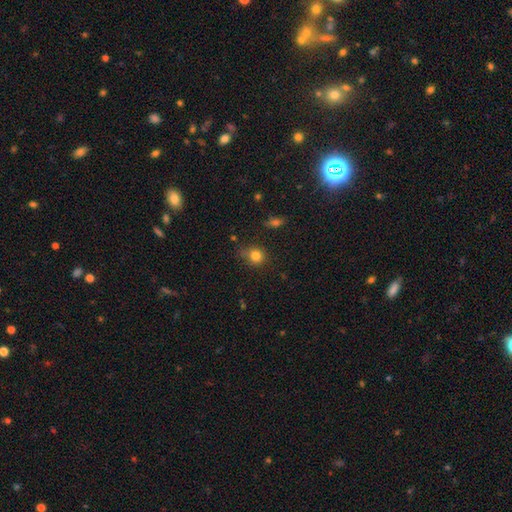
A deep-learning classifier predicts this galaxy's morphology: Smooth or featured?
  - smooth: 81% *
  - star or artifact: 12%
  - featured or disk: 6%
How rounded?
  - round: 75% *
  - in between: 23%
  - cigar-shaped: 1%
Merging?
  - none: 68% *
  - minor disturbance: 23%
  - major disturbance: 6%
  - merger: 3%